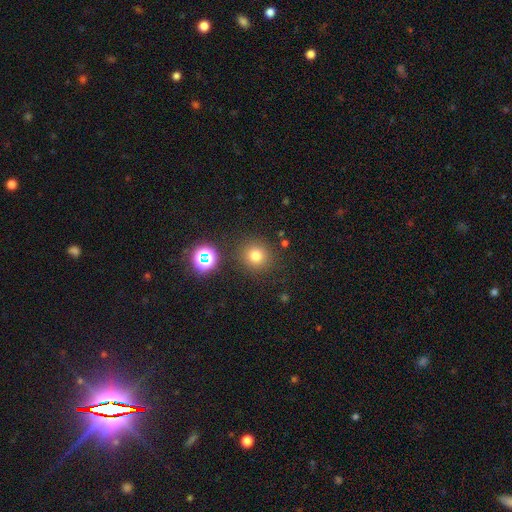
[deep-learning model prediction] This appears to be a smooth galaxy with no disk features (74%) that is round (93%). Merging: none (86%).